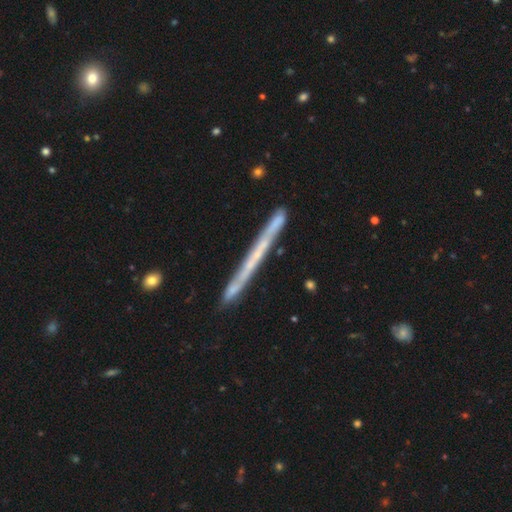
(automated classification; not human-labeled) Smooth or featured? featured or disk (61%)
Edge-on disk? yes (96%)
Edge-on bulge? none (90%)
Merging? none (84%)